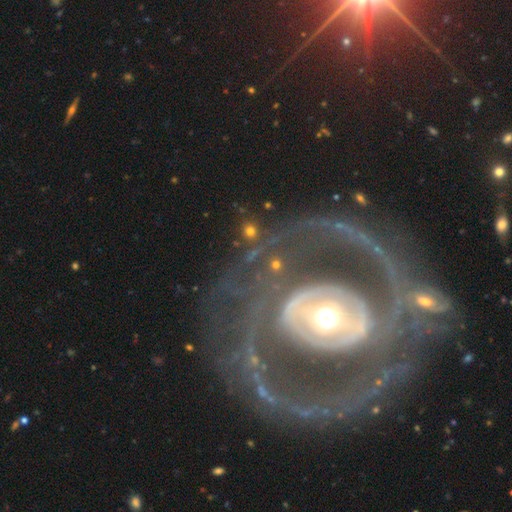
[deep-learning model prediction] The model was most divided on "spiral winding": tight: 45%, medium: 37%, loose: 17%. Remaining: edge-on disk — no (96%); smooth or featured — featured or disk (85%); spiral arms — yes (80%); merging — none (69%); bulge size — moderate (62%); spiral arm count — 2 (60%); bar — no (43%).